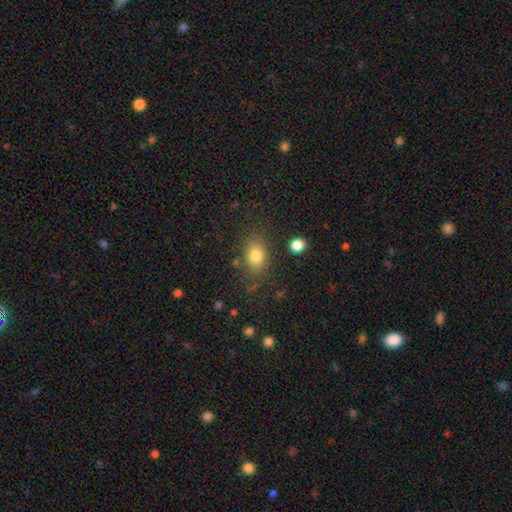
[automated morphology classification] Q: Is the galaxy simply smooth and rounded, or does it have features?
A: smooth — 80%.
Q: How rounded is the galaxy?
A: in between — 76%.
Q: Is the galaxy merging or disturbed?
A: none — 76%.